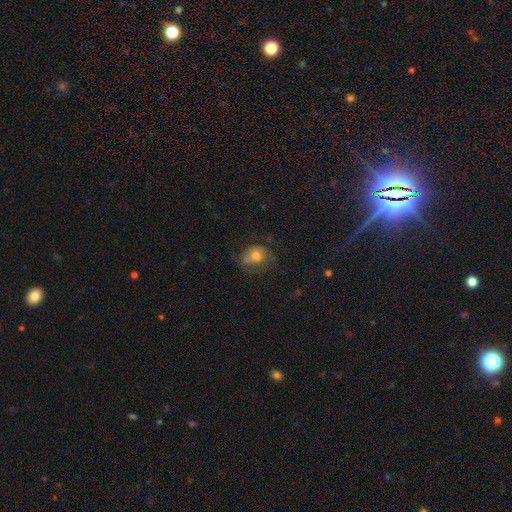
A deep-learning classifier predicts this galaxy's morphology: This is likely a smooth galaxy (60%). How rounded: possibly in between (50%). Merging: possibly none (45%).